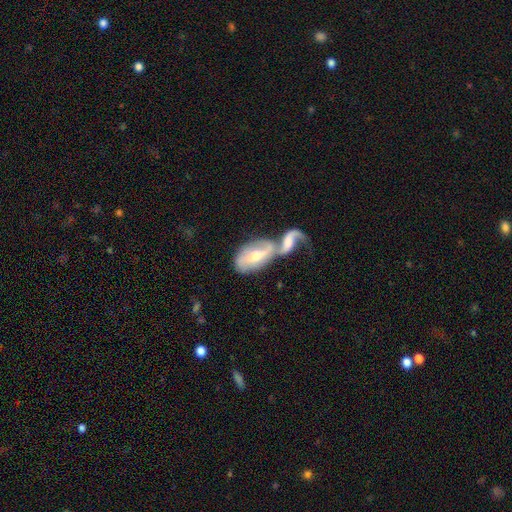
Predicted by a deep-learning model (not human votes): A featured or disk galaxy (65%) with a weak bar (39%, tied with no), spiral arms (79%) and a moderate central bulge (57%).

Vote fractions:
- Smooth or featured? featured or disk: 65% / smooth: 29% / star or artifact: 6%
- Edge-on disk? no: 92% / yes: 8%
- Bar? weak: 39% (tied) / no: 39% (tied) / strong: 22%
- Spiral arms? yes: 79% / no: 21%
- Bulge size? moderate: 57% / small: 33% / large: 5% / none: 3% / dominant: 1%
- Merging? merger: 72% / none: 13% / major disturbance: 9% / minor disturbance: 6%